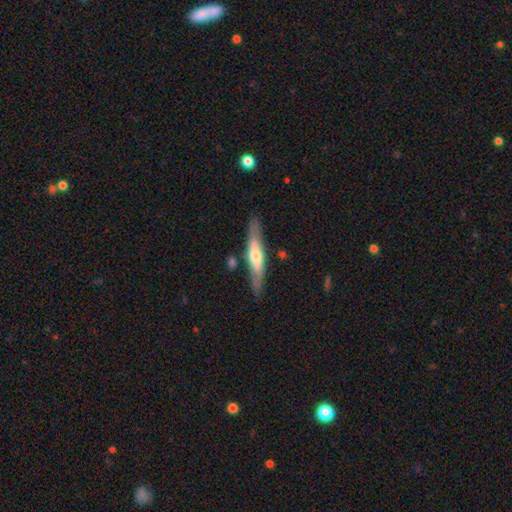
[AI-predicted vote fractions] A featured or disk galaxy (53%) viewed edge-on (83%).

Vote fractions:
- Smooth or featured? featured or disk: 53% / smooth: 42% / star or artifact: 5%
- Edge-on disk? yes: 83% / no: 17%
- Merging? none: 82% / minor disturbance: 12% / merger: 4% / major disturbance: 3%